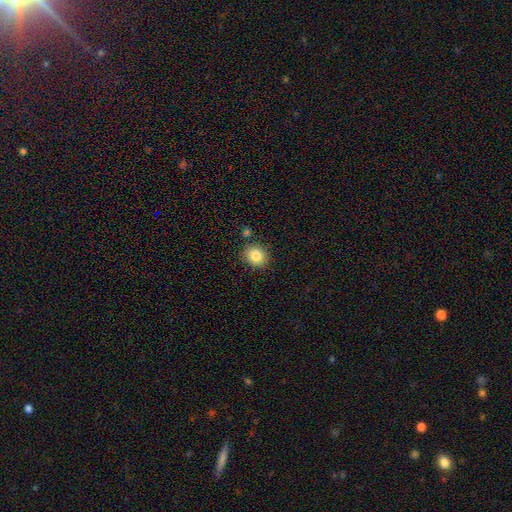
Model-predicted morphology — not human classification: This appears to be a smooth galaxy with no disk features (84%) that is round (67%). Merging: none (83%).